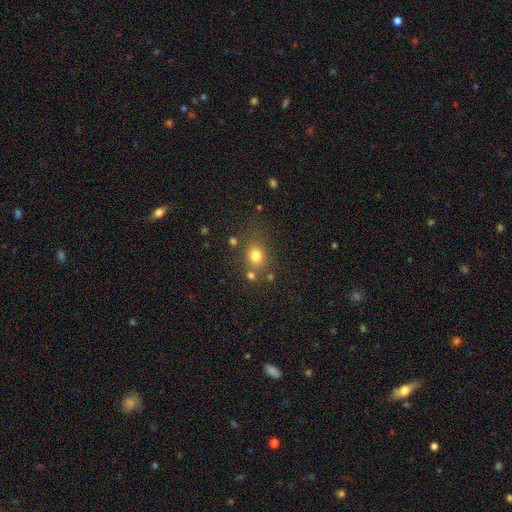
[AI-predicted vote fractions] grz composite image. It shows a smooth galaxy with no disk features (76%) that is round (64%). Merging: none (68%).